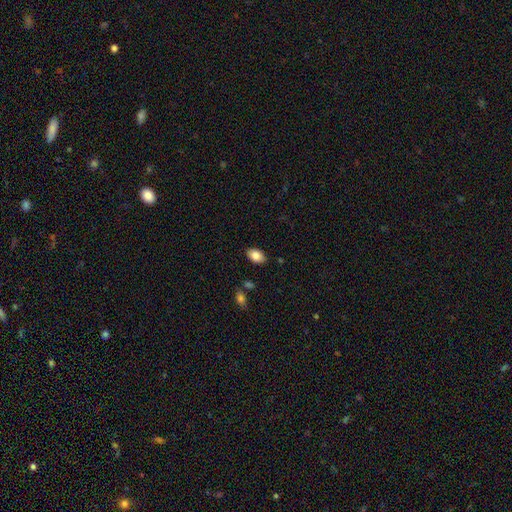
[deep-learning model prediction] Smooth or featured? Predicted: smooth (p=0.84). How rounded? Predicted: in between (p=0.91). Merging? Predicted: none (p=0.86).